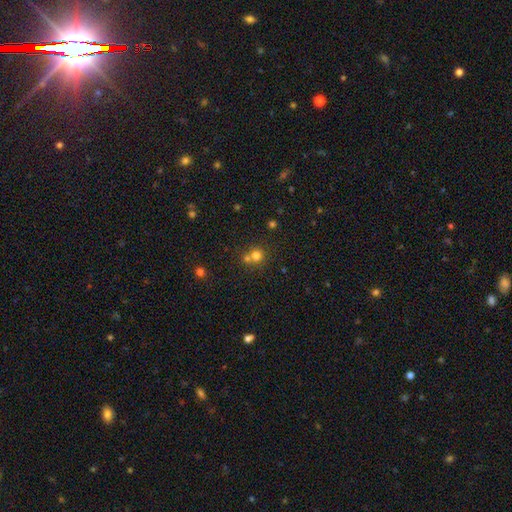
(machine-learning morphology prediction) Smooth or featured?
  - smooth: 73% *
  - star or artifact: 18%
  - featured or disk: 9%
How rounded?
  - round: 89% *
  - in between: 10%
  - cigar-shaped: 1%
Merging?
  - none: 51% *
  - merger: 39%
  - minor disturbance: 6%
  - major disturbance: 3%